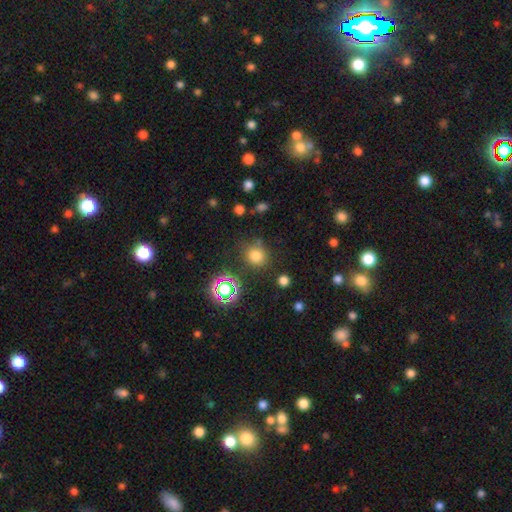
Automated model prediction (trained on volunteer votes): A smooth galaxy with no disk features (74%) that is round (88%).

Vote fractions:
- Smooth or featured? smooth: 74% / star or artifact: 20% / featured or disk: 6%
- How rounded? round: 88% / in between: 11% / cigar-shaped: 1%
- Merging? none: 78% / minor disturbance: 12% / merger: 6% / major disturbance: 5%